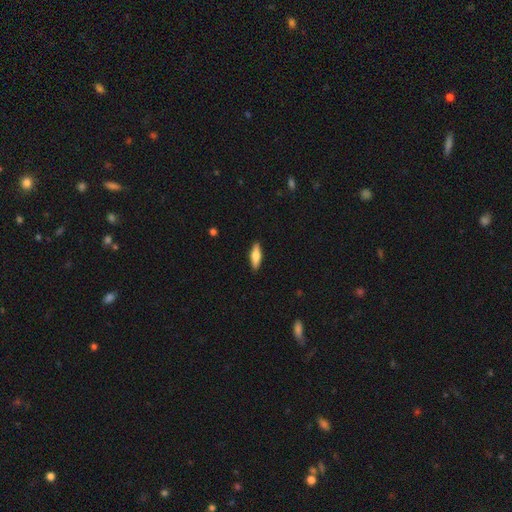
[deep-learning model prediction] smooth 63%, featured or disk 31%, star or artifact 6%. Down the decision tree: how rounded — cigar-shaped (52%); merging — none (90%).